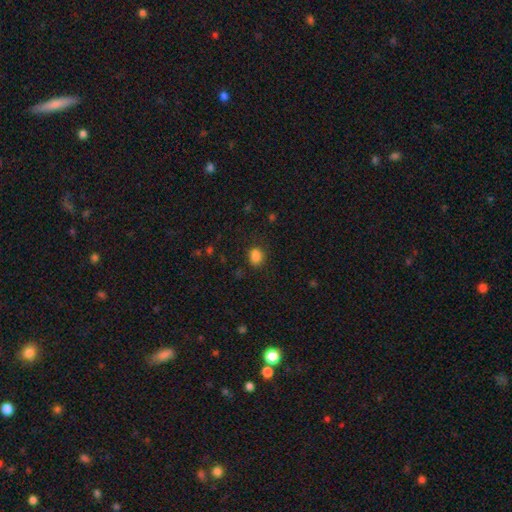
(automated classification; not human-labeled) smooth-or-featured: smooth: 84% | star or artifact: 12% | featured or disk: 4%
  how-rounded: in between: 56% | round: 43% | cigar-shaped: 1%
  merging: none: 73% | minor disturbance: 18% | major disturbance: 5% | merger: 4%